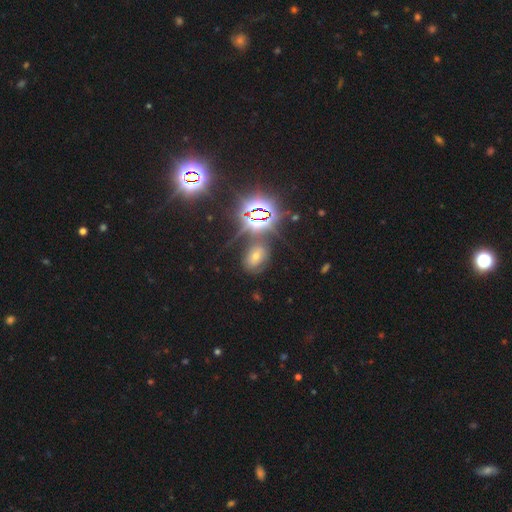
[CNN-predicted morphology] This appears to be a star or artifact, not a galaxy (59%).